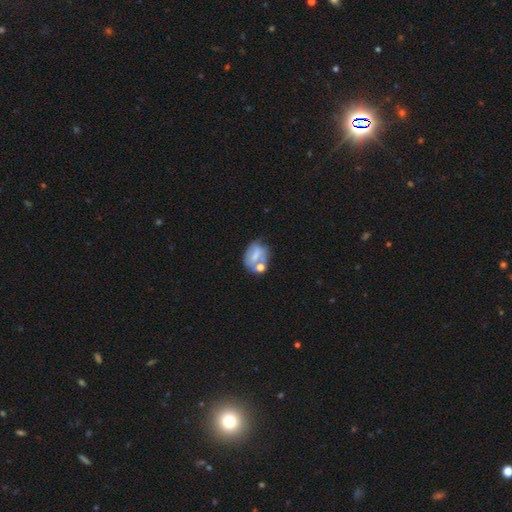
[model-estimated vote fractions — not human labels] Q: Smooth or featured?
A: smooth (49%); runner-up: featured or disk (41%)
Q: Merging?
A: none (40%); runner-up: merger (27%)